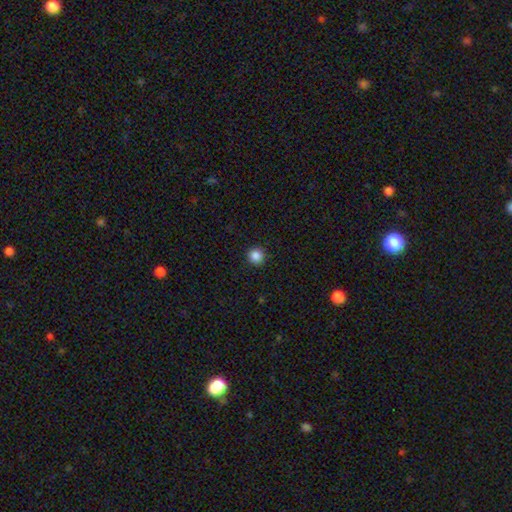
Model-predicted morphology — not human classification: This is clearly a smooth galaxy (87%). How rounded: clearly round (95%). Merging: clearly none (92%).